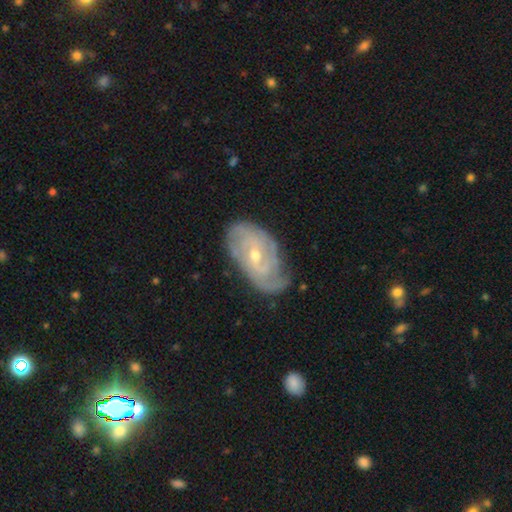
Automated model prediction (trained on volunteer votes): smooth_or_featured: featured or disk (p=0.83) [alt: smooth p=0.12]
disk_edge_on: no (p=0.95) [alt: yes p=0.05]
bar: no (p=0.48) [alt: weak p=0.42]
has_spiral_arms: yes (p=0.93) [alt: no p=0.07]
spiral_winding: tight (p=0.62) [alt: medium p=0.29]
spiral_arm_count: can't tell (p=0.36) [alt: 2 p=0.29]
bulge_size: small (p=0.53) [alt: moderate p=0.45]
merging: none (p=0.64) [alt: minor disturbance p=0.26]